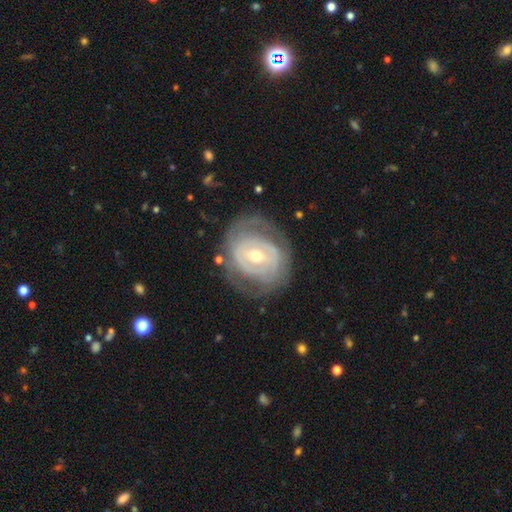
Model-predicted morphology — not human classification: A featured or disk galaxy (82%) with a weak bar (45%), tight (67%) spiral arms (76%) and a moderate central bulge (54%). Merging: none (70%).